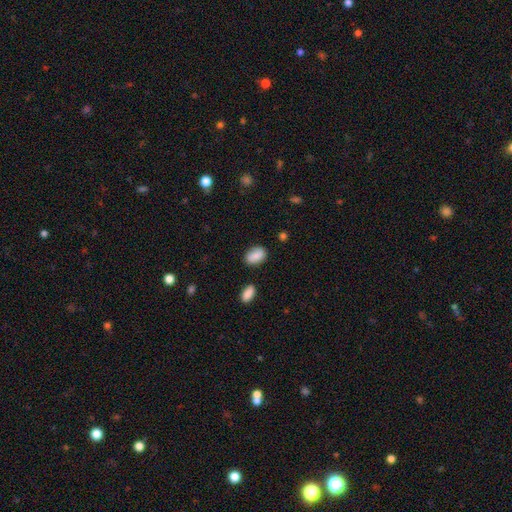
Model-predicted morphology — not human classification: Smooth or featured? smooth (77%)
How rounded? in between (81%)
Merging? none (79%)